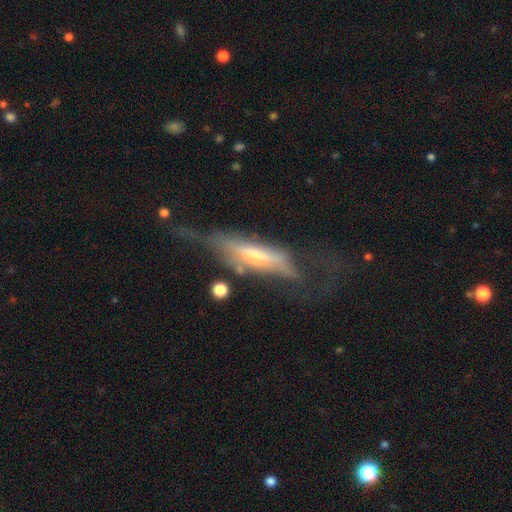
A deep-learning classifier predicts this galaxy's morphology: Overall: featured or disk (60%; smooth 33%). Edge-on disk: yes (70%; no 30%). Merging: major disturbance (37%; none 31%).